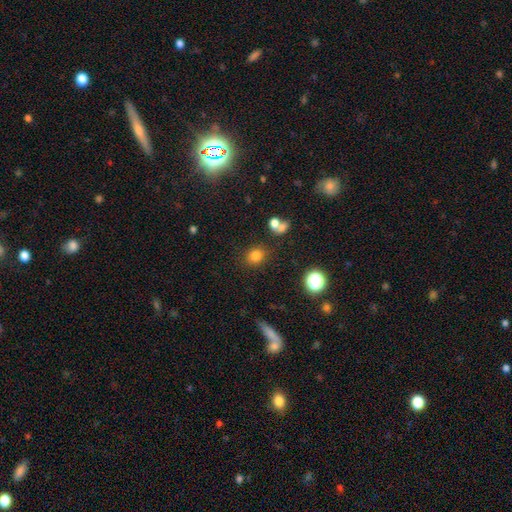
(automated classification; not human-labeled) Morphology: type=smooth (79%); roundness=round (73%); merging=none (81%).